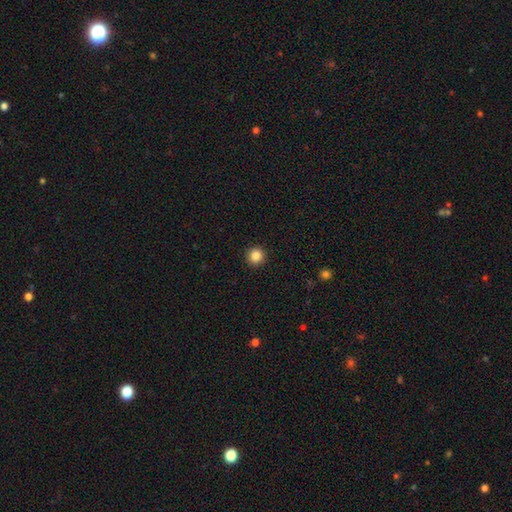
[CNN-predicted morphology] Q: Smooth or featured?
A: smooth (86%); runner-up: star or artifact (11%)
Q: How rounded?
A: round (95%); runner-up: in between (4%)
Q: Merging?
A: none (93%); runner-up: minor disturbance (4%)